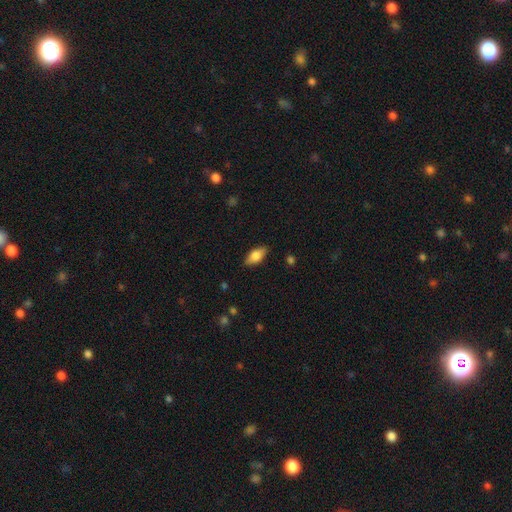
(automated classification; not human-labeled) Morphology: type=smooth (71%); roundness=in between (85%); merging=none (85%).